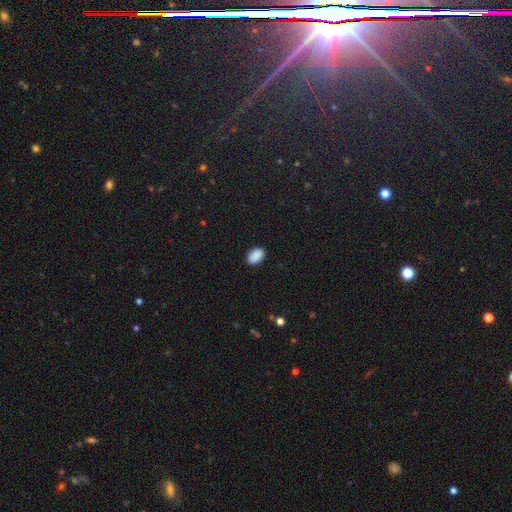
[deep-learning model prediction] Smooth or featured?
  - smooth: 90% *
  - star or artifact: 8%
  - featured or disk: 2%
How rounded?
  - in between: 90% *
  - round: 9%
  - cigar-shaped: 1%
Merging?
  - none: 89% *
  - minor disturbance: 8%
  - major disturbance: 2%
  - merger: 1%